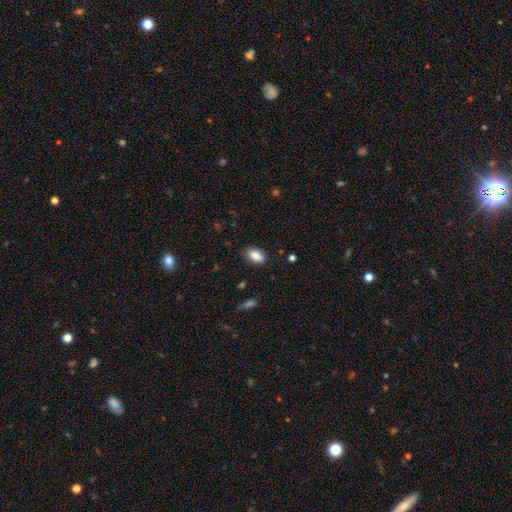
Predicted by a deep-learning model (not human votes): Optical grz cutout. It shows a smooth galaxy with no disk features (86%) that is in between round and cigar-shaped (89%). Merging: none (82%).